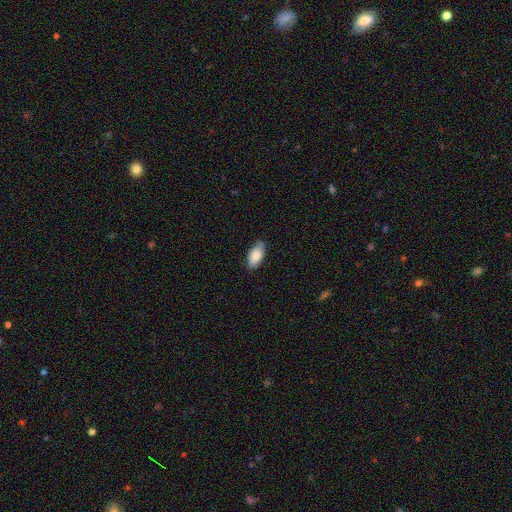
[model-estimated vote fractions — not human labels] Morphology: type=smooth (84%); roundness=in between (93%); merging=none (78%).